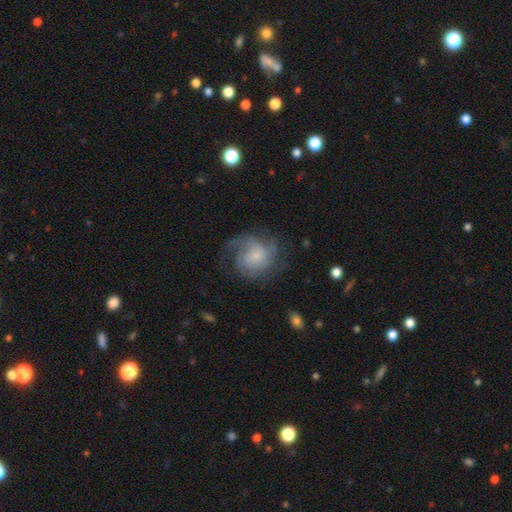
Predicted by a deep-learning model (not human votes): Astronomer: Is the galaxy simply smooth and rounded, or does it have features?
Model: featured or disk — 65%.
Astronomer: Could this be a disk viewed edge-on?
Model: no — 98%.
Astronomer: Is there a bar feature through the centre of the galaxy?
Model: no — 75%.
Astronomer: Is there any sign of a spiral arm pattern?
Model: yes — 89%.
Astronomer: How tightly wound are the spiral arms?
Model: medium — 40% (runner-up: tight, 36%).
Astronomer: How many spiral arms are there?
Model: can't tell — 34% (runner-up: 3, 21%).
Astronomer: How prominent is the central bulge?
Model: small — 48% (runner-up: moderate, 29%).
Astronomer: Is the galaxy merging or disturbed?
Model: none — 56%.